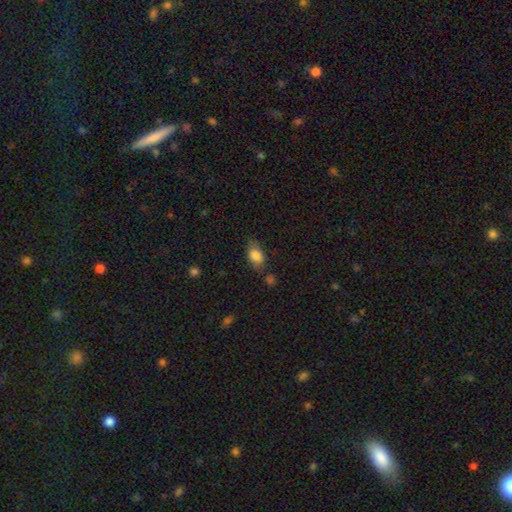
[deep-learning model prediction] The model was most divided on "merging": none: 67%, minor disturbance: 21%, major disturbance: 6%, merger: 6%. More confident: how rounded — in between (86%); smooth or featured — smooth (81%).